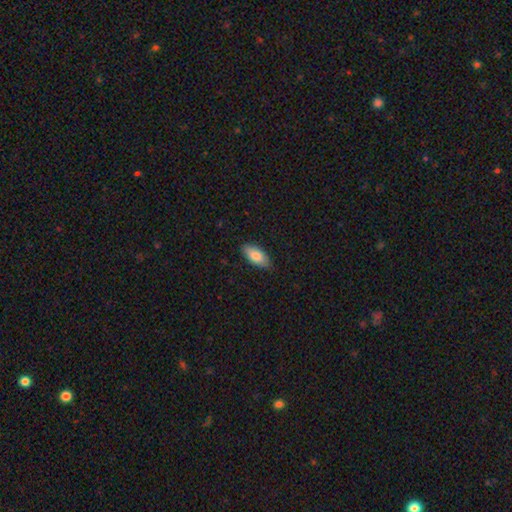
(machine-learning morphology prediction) Q: Smooth or featured?
A: smooth (82%); runner-up: featured or disk (13%)
Q: How rounded?
A: in between (90%); runner-up: cigar-shaped (8%)
Q: Merging?
A: none (84%); runner-up: minor disturbance (13%)